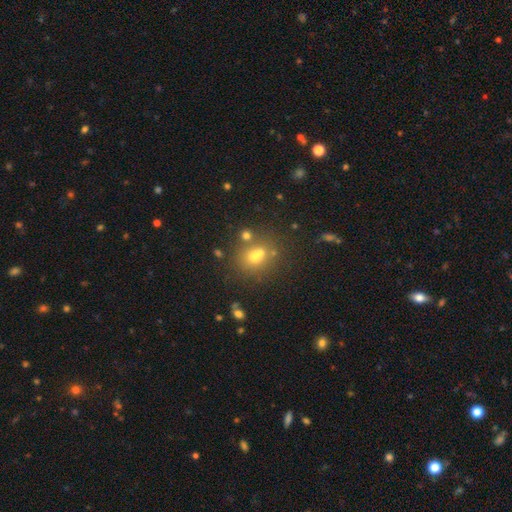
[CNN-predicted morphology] Smooth or featured: smooth — 58% (star or artifact — 23%)
How rounded: round — 70% (in between — 28%)
Merging: none — 53% (merger — 31%)